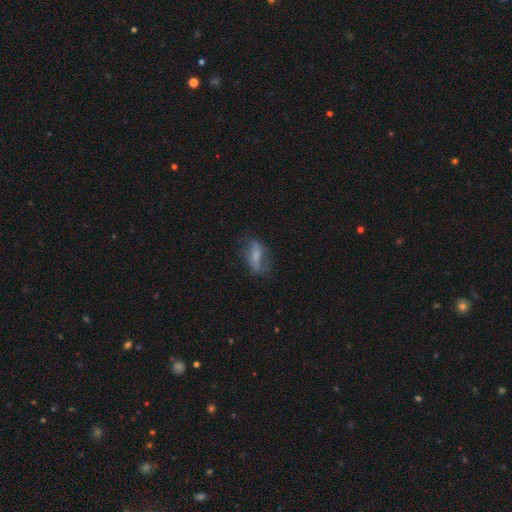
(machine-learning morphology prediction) type=smooth (52%); roundness=in between (62%); merging=none (63%).